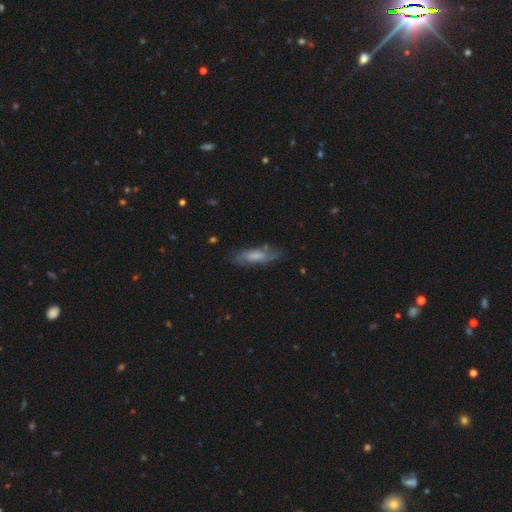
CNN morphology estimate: smooth-or-featured: smooth: 54% | featured or disk: 38% | star or artifact: 8%
  how-rounded: in between: 53% | cigar-shaped: 45% | round: 2%
  merging: none: 64% | minor disturbance: 24% | major disturbance: 9% | merger: 2%